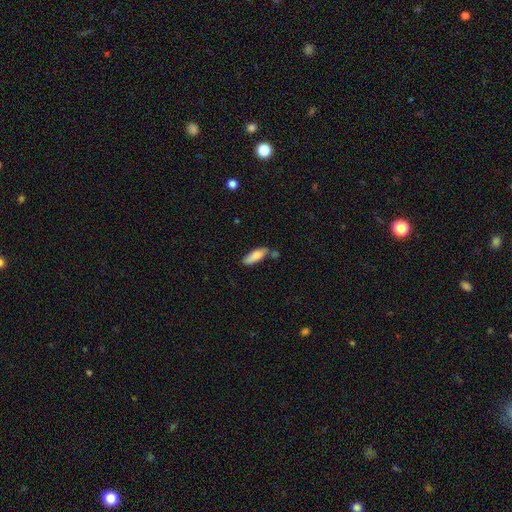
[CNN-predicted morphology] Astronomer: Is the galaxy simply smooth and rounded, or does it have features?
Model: smooth — 82%.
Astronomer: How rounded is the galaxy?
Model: in between — 60% (runner-up: cigar-shaped, 38%).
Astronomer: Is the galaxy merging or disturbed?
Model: none — 61%.